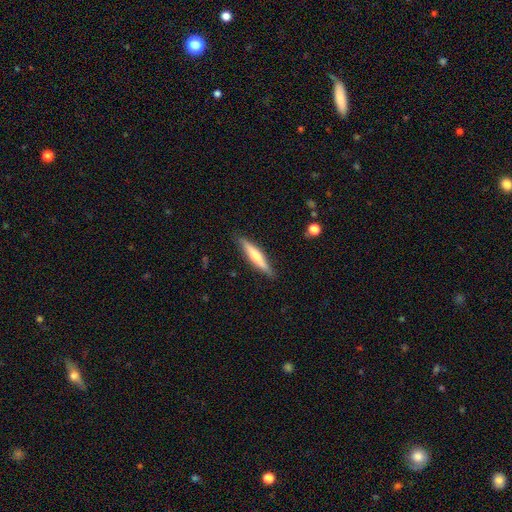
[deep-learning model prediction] Q: Smooth or featured?
A: featured or disk (49%); runner-up: smooth (45%)
Q: Merging?
A: none (88%); runner-up: minor disturbance (9%)